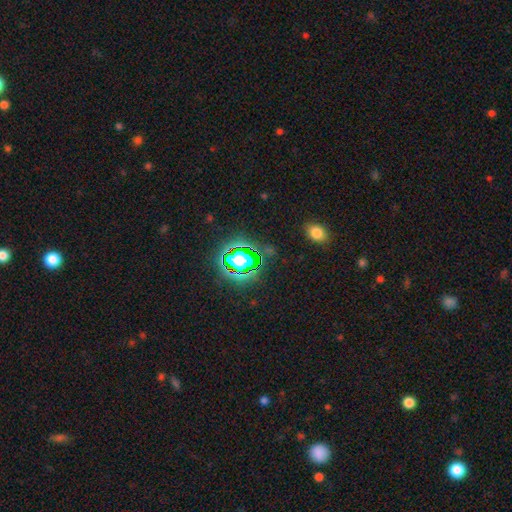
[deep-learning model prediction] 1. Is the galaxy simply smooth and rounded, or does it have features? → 80% star or artifact, 13% smooth, 7% featured or disk.